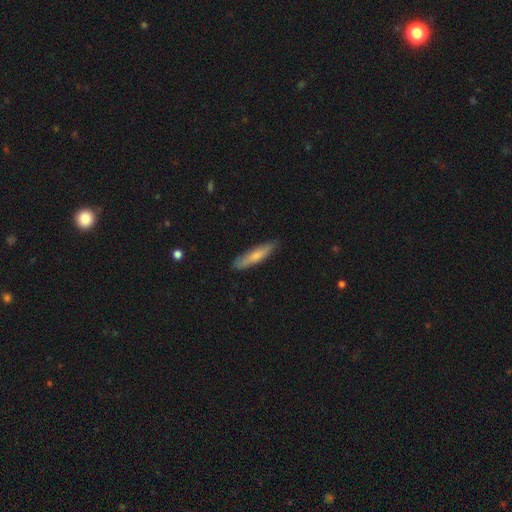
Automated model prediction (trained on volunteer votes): smooth_or_featured: smooth (p=0.69) [alt: featured or disk p=0.25]
how_rounded: cigar-shaped (p=0.81) [alt: in between p=0.18]
merging: none (p=0.85) [alt: minor disturbance p=0.12]